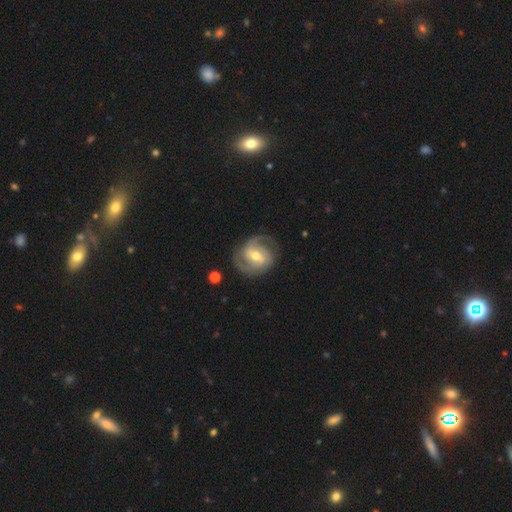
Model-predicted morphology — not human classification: type=featured or disk (88%); edge-on=no (98%); bar=weak (50%); spiral arms=yes (97%); winding=medium (46%); arm count=2 (66%); bulge=moderate (67%); merging=none (78%).